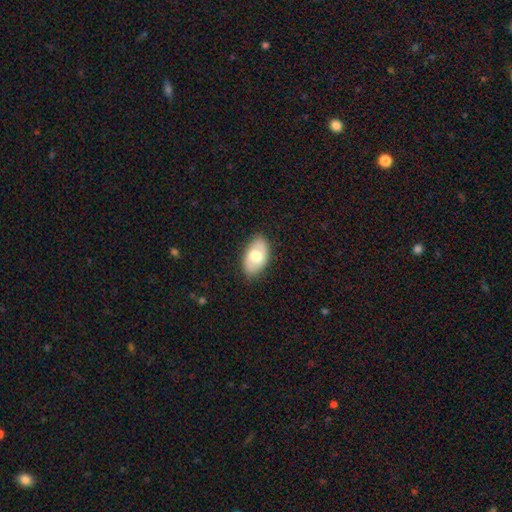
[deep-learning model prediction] Q: Smooth or featured?
A: smooth (58%); runner-up: featured or disk (36%)
Q: How rounded?
A: in between (92%); runner-up: round (6%)
Q: Merging?
A: none (83%); runner-up: minor disturbance (13%)